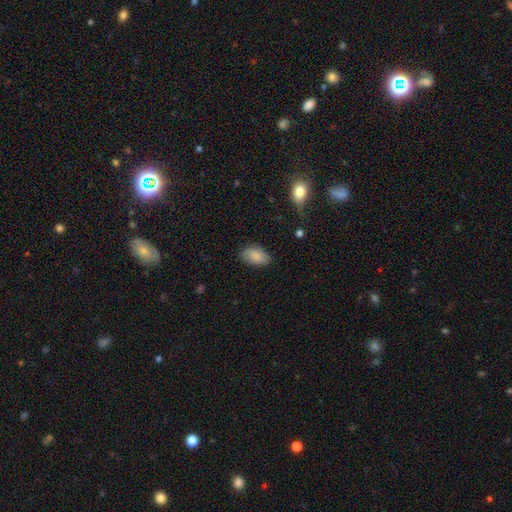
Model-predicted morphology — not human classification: Smooth or featured: smooth — 86% (star or artifact — 7%)
How rounded: in between — 92% (round — 6%)
Merging: none — 76% (minor disturbance — 19%)